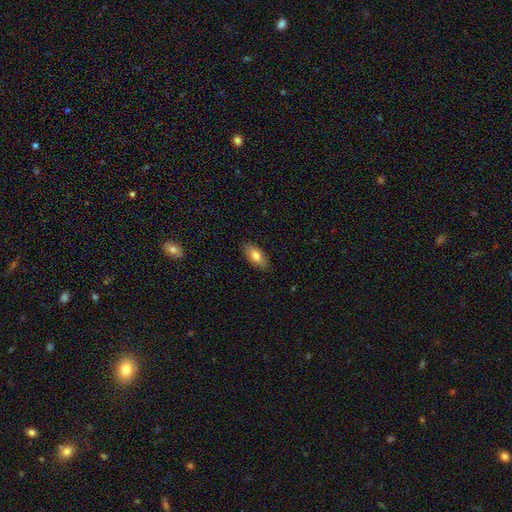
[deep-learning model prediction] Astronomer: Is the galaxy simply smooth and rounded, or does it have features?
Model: smooth — 76%.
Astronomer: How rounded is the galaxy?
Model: in between — 91%.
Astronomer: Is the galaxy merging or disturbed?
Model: none — 86%.